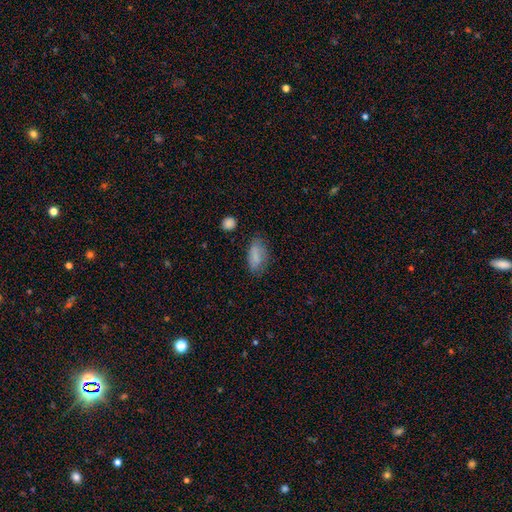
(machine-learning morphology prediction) smooth 77%, featured or disk 13%, star or artifact 10%. Down the decision tree: how rounded — in between (89%); merging — none (66%).